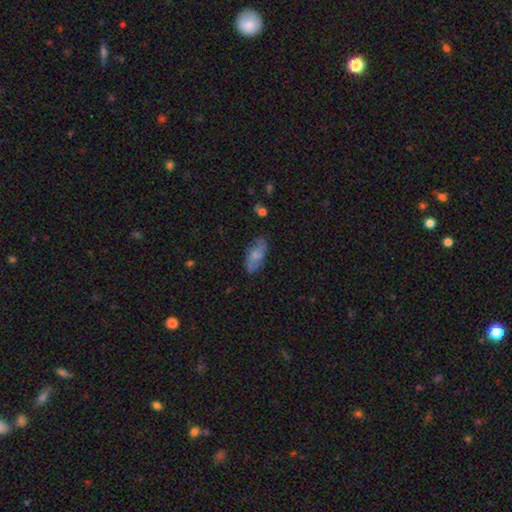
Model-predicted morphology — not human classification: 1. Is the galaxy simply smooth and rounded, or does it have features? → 57% smooth, 35% featured or disk, 7% star or artifact.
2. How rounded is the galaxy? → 87% in between, 9% cigar-shaped, 3% round.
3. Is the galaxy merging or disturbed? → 73% none, 19% minor disturbance, 6% major disturbance, 2% merger.